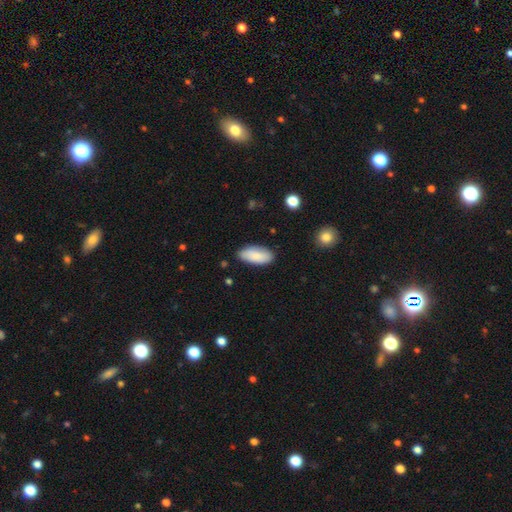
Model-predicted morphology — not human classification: A smooth galaxy with no disk features (86%) that is in between round and cigar-shaped (90%).

Vote fractions:
- Smooth or featured? smooth: 86% / featured or disk: 8% / star or artifact: 6%
- How rounded? in between: 90% / cigar-shaped: 9% / round: 2%
- Merging? none: 82% / minor disturbance: 14% / major disturbance: 3% / merger: 1%